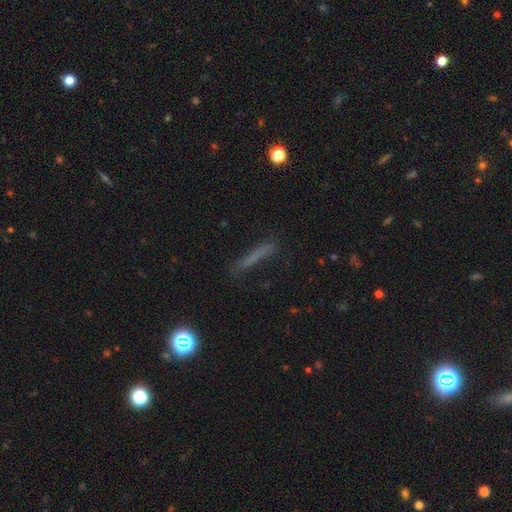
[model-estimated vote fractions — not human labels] Q: Smooth or featured?
A: smooth (61%); runner-up: featured or disk (25%)
Q: How rounded?
A: cigar-shaped (92%); runner-up: in between (5%)
Q: Merging?
A: none (77%); runner-up: minor disturbance (15%)